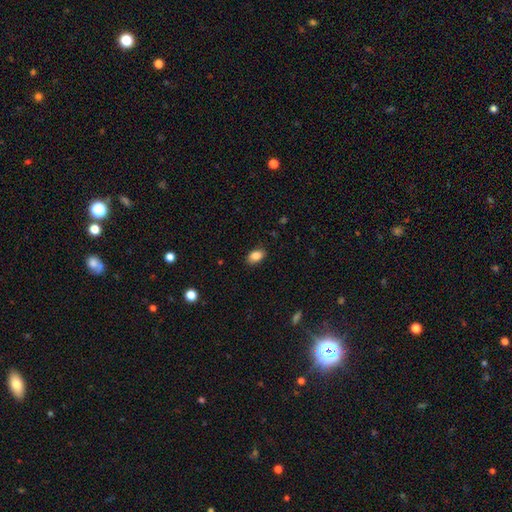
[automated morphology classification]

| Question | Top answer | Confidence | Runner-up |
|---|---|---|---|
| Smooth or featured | smooth | 86% | star or artifact (9%) |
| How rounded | in between | 86% | round (13%) |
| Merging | none | 86% | minor disturbance (10%) |